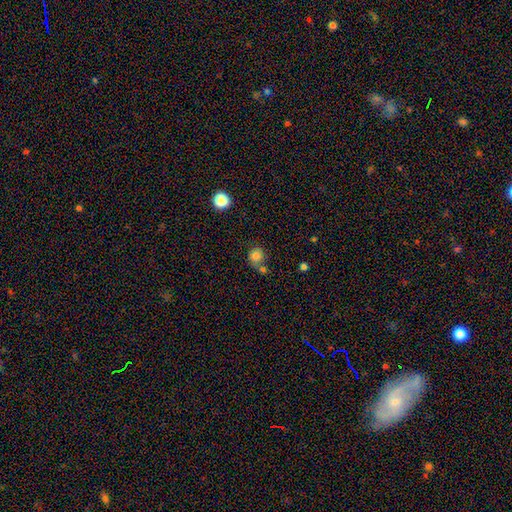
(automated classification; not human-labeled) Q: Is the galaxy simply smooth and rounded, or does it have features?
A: smooth — 80%.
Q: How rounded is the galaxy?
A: round — 82%.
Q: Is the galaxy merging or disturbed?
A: none — 48%.